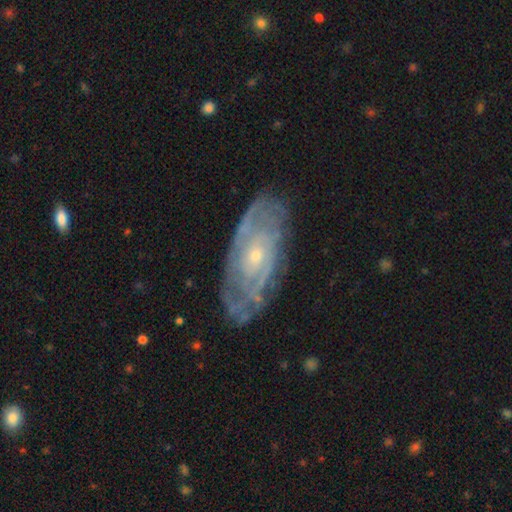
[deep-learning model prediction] Smooth or featured?
  - featured or disk: 81% *
  - smooth: 12%
  - star or artifact: 6%
Edge-on disk?
  - no: 91% *
  - yes: 9%
Bar?
  - no: 75% *
  - weak: 21%
  - strong: 5%
Spiral arms?
  - yes: 88% *
  - no: 12%
Spiral winding?
  - tight: 70% *
  - medium: 24%
  - loose: 6%
Spiral arm count?
  - can't tell: 50% *
  - 2: 24%
  - 3: 10%
  - 4: 7%
  - more than 4: 5%
  - 1: 4%
Bulge size?
  - small: 73% *
  - moderate: 23%
  - none: 1%
  - large: 1%
  - dominant: 1%
Merging?
  - none: 76% *
  - minor disturbance: 17%
  - major disturbance: 6%
  - merger: 2%